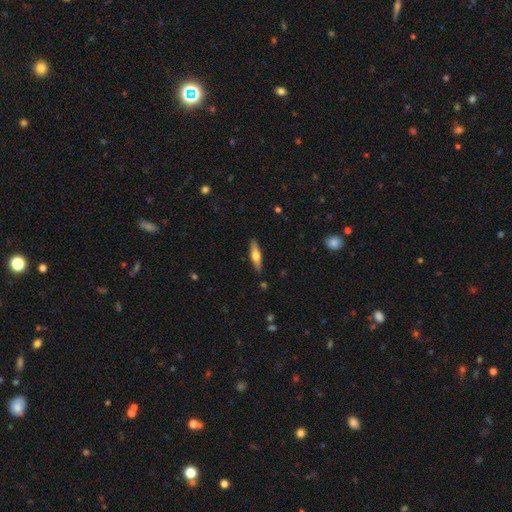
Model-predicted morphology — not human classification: Smooth or featured: featured or disk — 48% (smooth — 46%)
Merging: none — 89% (minor disturbance — 8%)